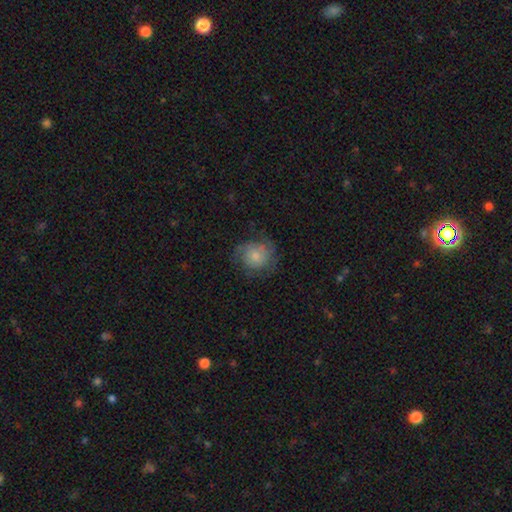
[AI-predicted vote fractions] This is possibly a smooth galaxy (52%). How rounded: likely round (79%). Merging: likely none (62%).